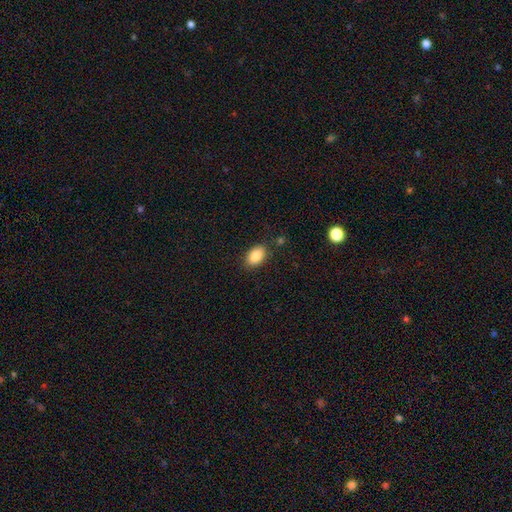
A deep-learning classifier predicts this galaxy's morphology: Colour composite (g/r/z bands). It shows a smooth galaxy with no disk features (86%) that is in between round and cigar-shaped (88%). Merging: none (84%).